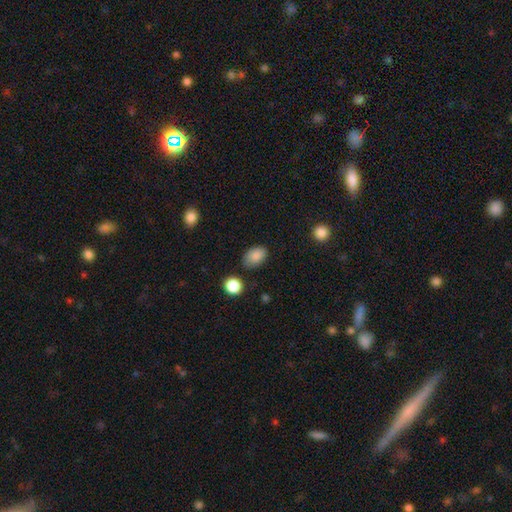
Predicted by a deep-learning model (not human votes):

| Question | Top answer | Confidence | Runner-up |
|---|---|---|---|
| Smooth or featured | smooth | 86% | star or artifact (9%) |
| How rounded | in between | 86% | round (13%) |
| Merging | none | 77% | minor disturbance (17%) |